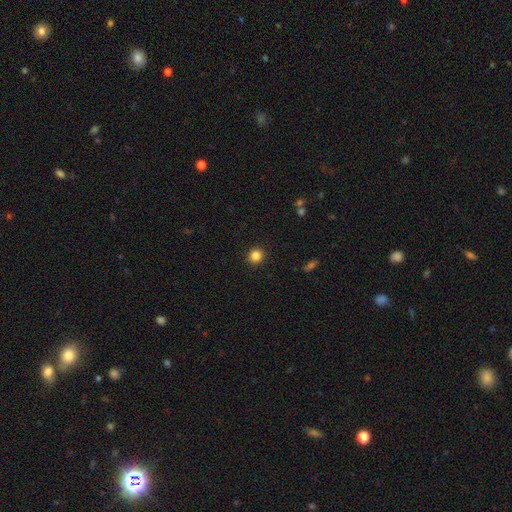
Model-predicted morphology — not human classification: The model was most divided on "smooth or featured": smooth: 85%, star or artifact: 11%, featured or disk: 4%. More confident: merging — none (92%); how rounded — round (91%).